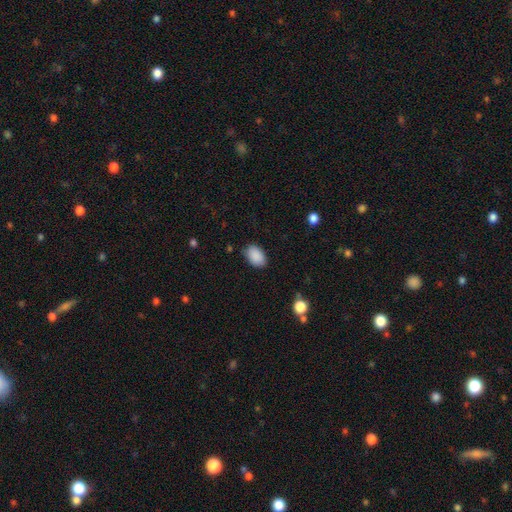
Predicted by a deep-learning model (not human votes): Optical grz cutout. It shows a smooth galaxy with no disk features (89%) that is in between round and cigar-shaped (89%). Merging: none (82%).